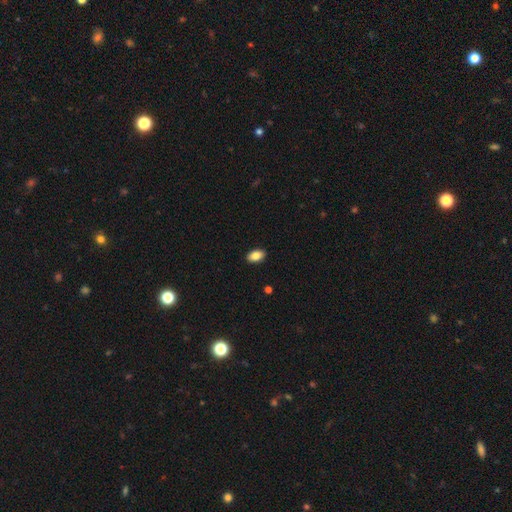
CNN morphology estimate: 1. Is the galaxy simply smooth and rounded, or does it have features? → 86% smooth, 8% star or artifact, 6% featured or disk.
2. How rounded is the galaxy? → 91% in between, 7% round, 2% cigar-shaped.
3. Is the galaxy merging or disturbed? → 90% none, 7% minor disturbance, 2% major disturbance, 1% merger.